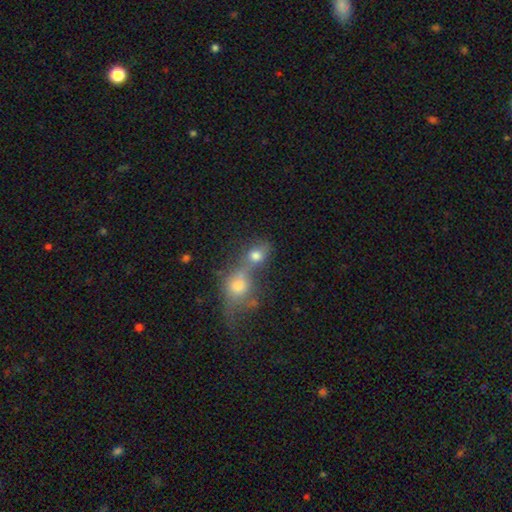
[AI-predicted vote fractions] Smooth or featured?
  - smooth: 72% *
  - star or artifact: 14%
  - featured or disk: 13%
How rounded?
  - round: 54% *
  - in between: 43%
  - cigar-shaped: 3%
Merging?
  - merger: 63% *
  - none: 24%
  - minor disturbance: 7%
  - major disturbance: 6%